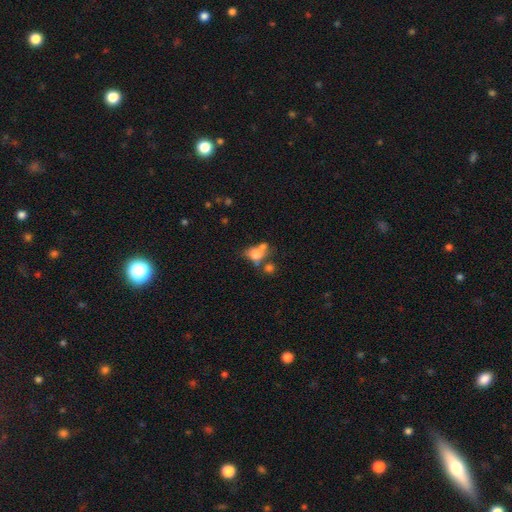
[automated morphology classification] A smooth galaxy with no disk features (70%) that is in between round and cigar-shaped (55%).

Vote fractions:
- Smooth or featured? smooth: 70% / featured or disk: 18% / star or artifact: 12%
- How rounded? in between: 55% / round: 43% / cigar-shaped: 2%
- Merging? merger: 42% / none: 31% / minor disturbance: 15% / major disturbance: 12%